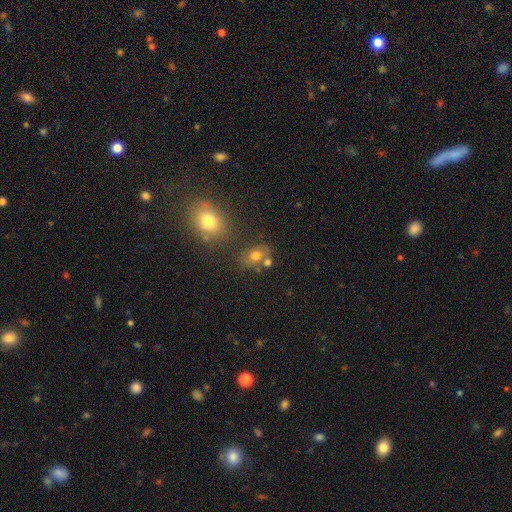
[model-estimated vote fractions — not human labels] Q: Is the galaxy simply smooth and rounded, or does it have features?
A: smooth — 70%.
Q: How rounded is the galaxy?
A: in between — 59%.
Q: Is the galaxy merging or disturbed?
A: none — 59%.